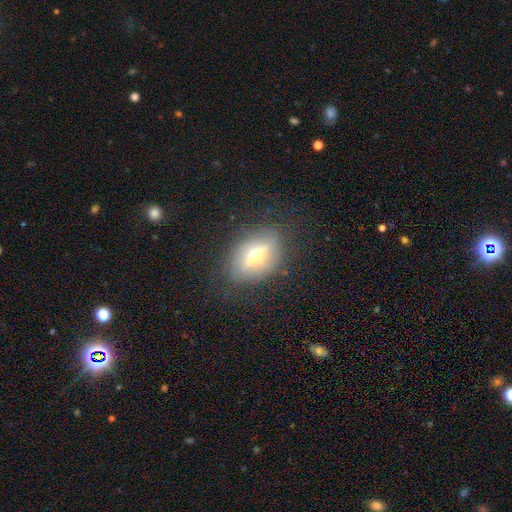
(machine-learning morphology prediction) type=featured or disk (54%); edge-on=yes (60%); merging=none (78%).